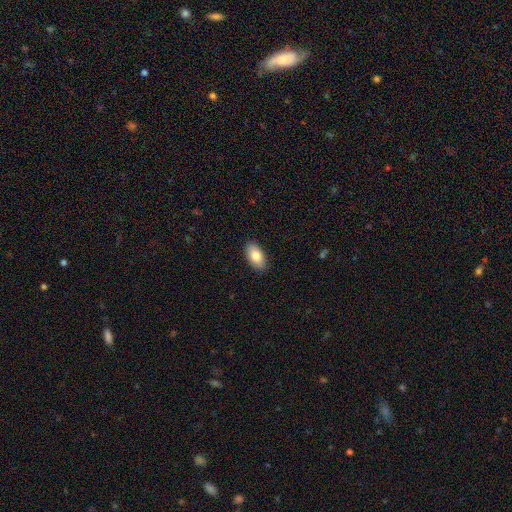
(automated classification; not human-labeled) This appears to be a smooth galaxy with no disk features (81%) that is in between round and cigar-shaped (94%). Merging: none (89%).